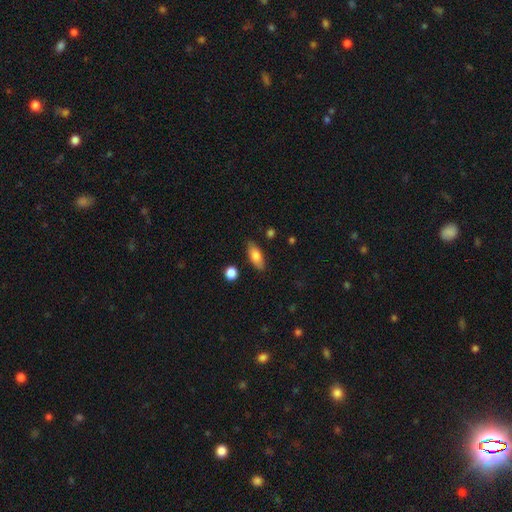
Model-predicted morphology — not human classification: Overall: smooth (77%). How rounded: in between (77%). Merging: none (84%).